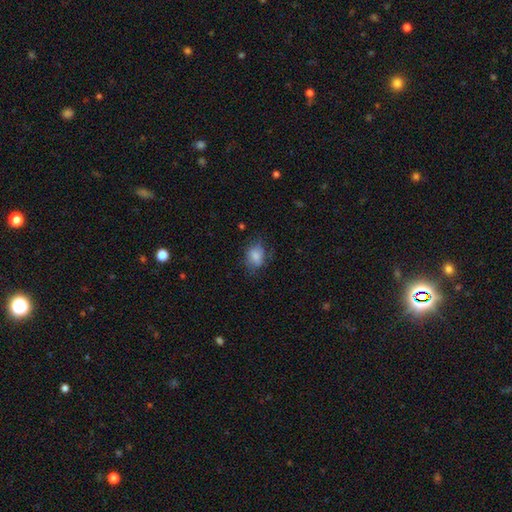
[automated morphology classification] A smooth galaxy with no disk features (78%) that is in between round and cigar-shaped (64%).

Vote fractions:
- Smooth or featured? smooth: 78% / featured or disk: 13% / star or artifact: 9%
- How rounded? in between: 64% / round: 34% / cigar-shaped: 1%
- Merging? none: 59% / minor disturbance: 27% / major disturbance: 13% / merger: 1%